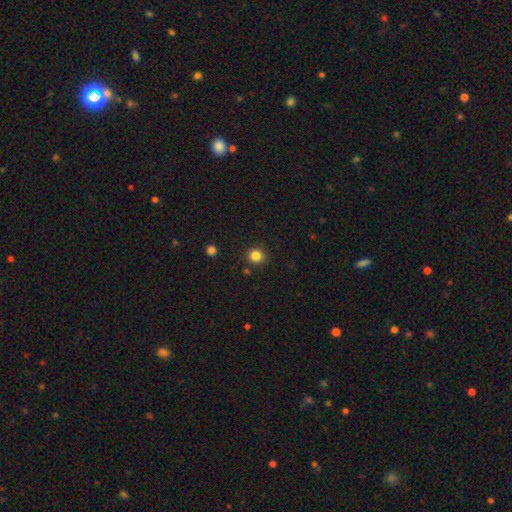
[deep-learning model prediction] Q: Smooth or featured?
A: smooth (83%); runner-up: star or artifact (12%)
Q: How rounded?
A: round (90%); runner-up: in between (9%)
Q: Merging?
A: none (89%); runner-up: minor disturbance (7%)